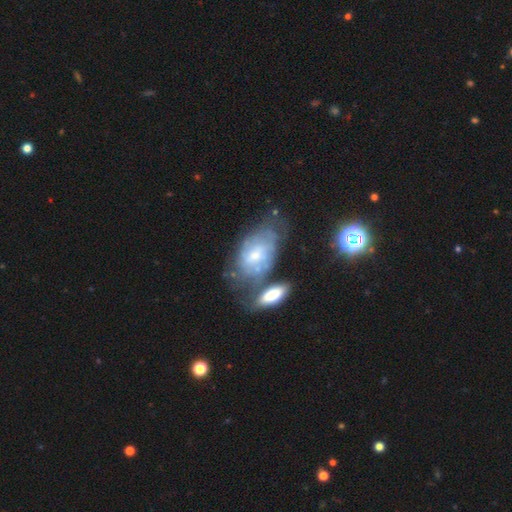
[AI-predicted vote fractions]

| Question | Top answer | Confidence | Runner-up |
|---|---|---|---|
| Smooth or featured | featured or disk | 52% | smooth (40%) |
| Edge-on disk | no | 93% | yes (7%) |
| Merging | none | 39% | minor disturbance (25%) |